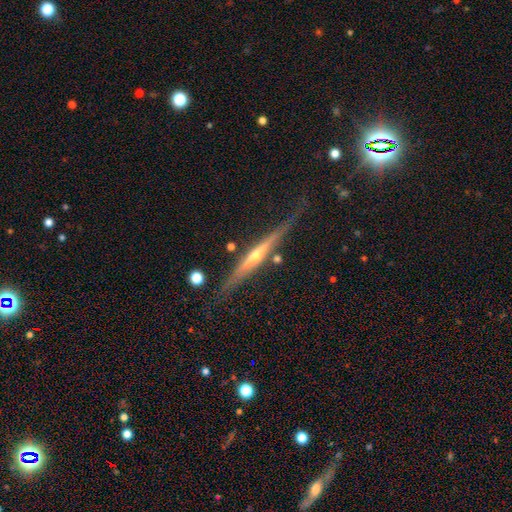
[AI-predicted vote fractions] Smooth or featured? Predicted: featured or disk (p=0.81). Edge-on disk? Predicted: yes (p=0.97). Edge-on bulge? Predicted: rounded (p=0.73). Merging? Predicted: none (p=0.78).